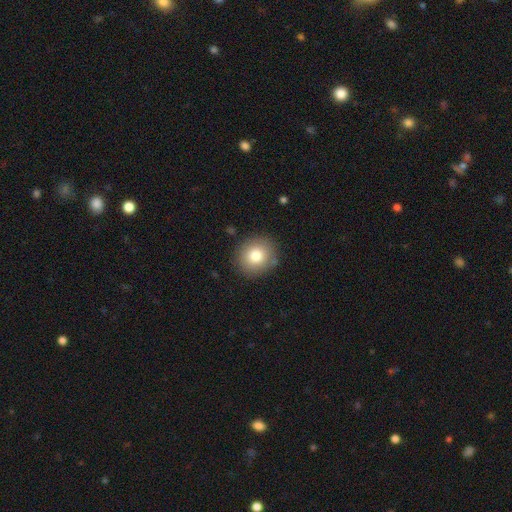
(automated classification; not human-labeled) This is likely a smooth galaxy (79%). How rounded: clearly round (86%). Merging: clearly none (87%).